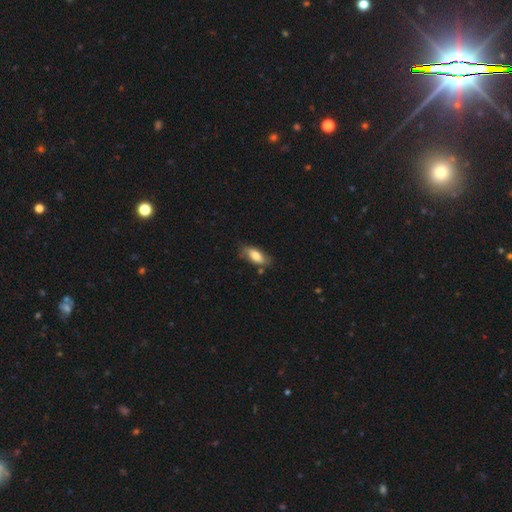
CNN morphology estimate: type=smooth (74%); roundness=in between (83%); merging=none (70%).